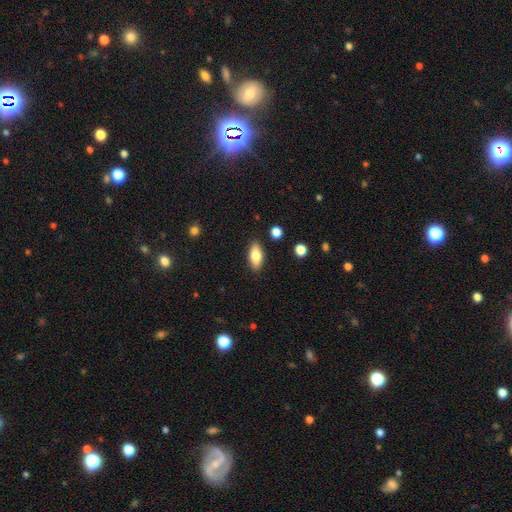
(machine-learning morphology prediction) Smooth or featured? Predicted: smooth (p=0.78). How rounded? Predicted: in between (p=0.86). Merging? Predicted: none (p=0.87).